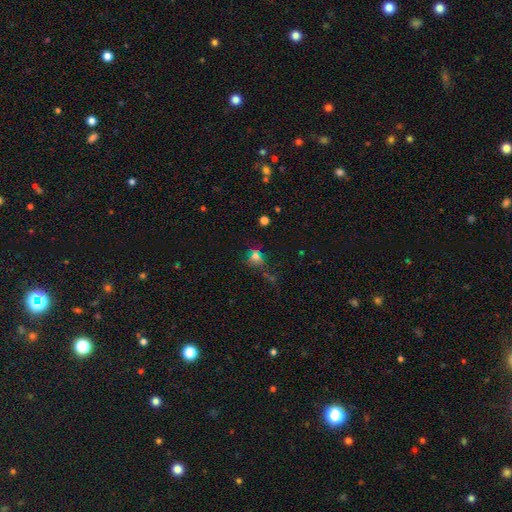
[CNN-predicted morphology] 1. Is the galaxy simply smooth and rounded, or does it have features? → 46% star or artifact, 43% smooth, 11% featured or disk.